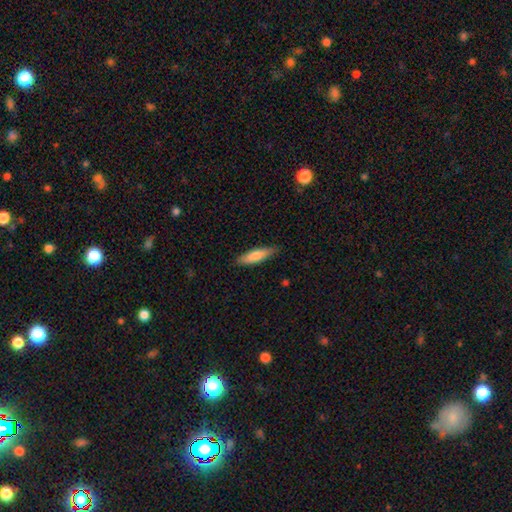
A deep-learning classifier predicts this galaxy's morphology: Smooth or featured? smooth (78%)
How rounded? cigar-shaped (68%)
Merging? none (84%)